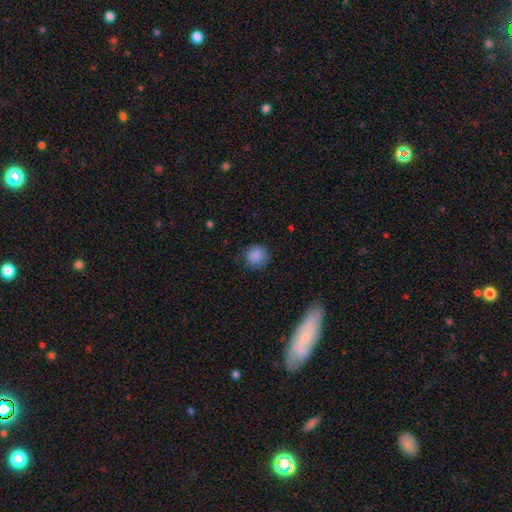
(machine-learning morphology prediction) Overall: smooth (86%). How rounded: round (91%). Merging: none (81%).